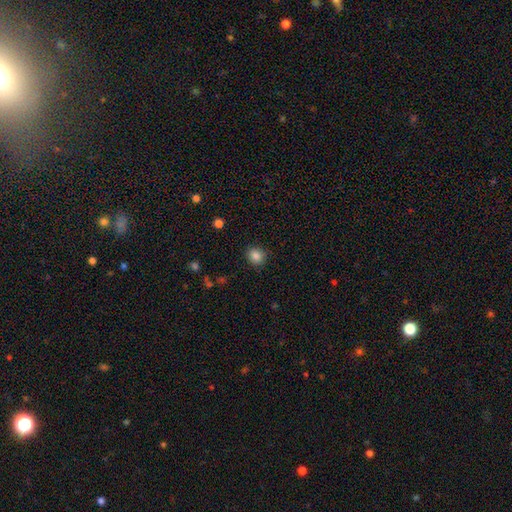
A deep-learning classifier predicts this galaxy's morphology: smooth 86%, star or artifact 10%, featured or disk 4%. Down the decision tree: how rounded — round (75%); merging — none (88%).